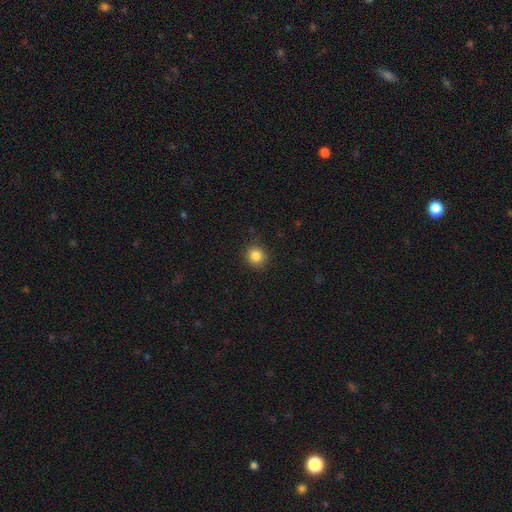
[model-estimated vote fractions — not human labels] Overall: smooth (85%). How rounded: round (89%). Merging: none (89%).